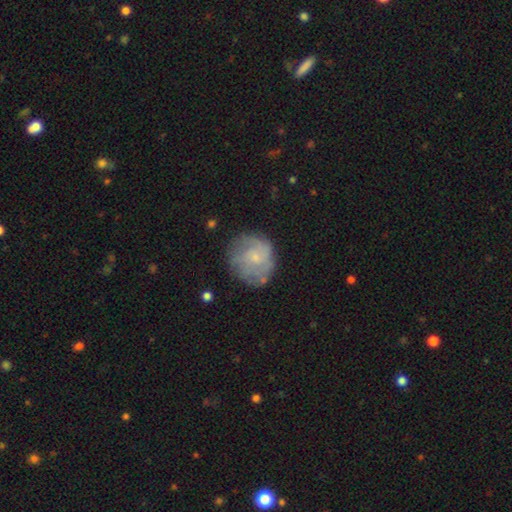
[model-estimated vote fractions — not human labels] Q: Smooth or featured?
A: featured or disk (53%); runner-up: smooth (39%)
Q: Edge-on disk?
A: no (98%); runner-up: yes (2%)
Q: Bar?
A: no (75%); runner-up: weak (22%)
Q: Spiral arms?
A: yes (73%); runner-up: no (27%)
Q: Bulge size?
A: small (71%); runner-up: moderate (19%)
Q: Merging?
A: none (69%); runner-up: minor disturbance (20%)